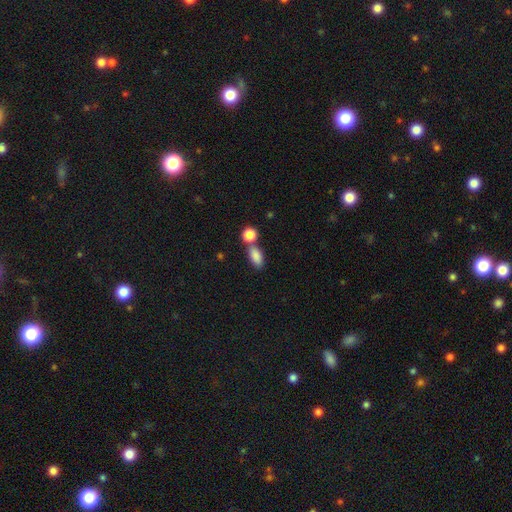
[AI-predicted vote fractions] Overall: smooth (86%). How rounded: in between (85%). Merging: none (53%; merger 31%).